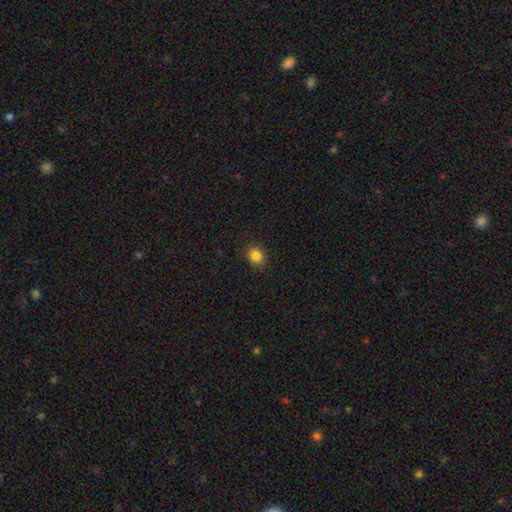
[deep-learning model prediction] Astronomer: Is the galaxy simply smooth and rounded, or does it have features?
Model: smooth — 85%.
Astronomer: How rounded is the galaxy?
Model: round — 69%.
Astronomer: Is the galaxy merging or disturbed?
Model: none — 88%.